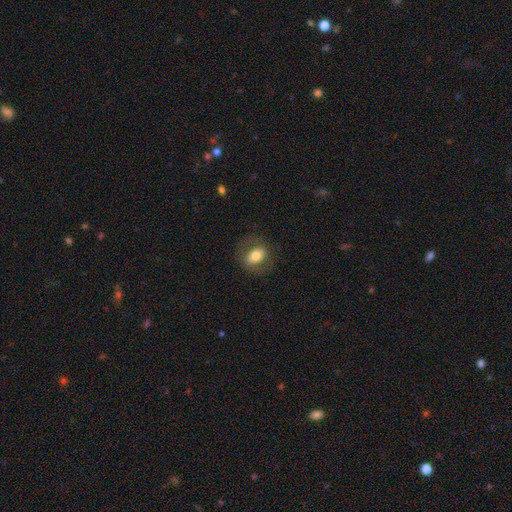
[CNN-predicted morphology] Q: Smooth or featured?
A: smooth (64%); runner-up: featured or disk (28%)
Q: How rounded?
A: in between (67%); runner-up: round (31%)
Q: Merging?
A: none (76%); runner-up: minor disturbance (14%)